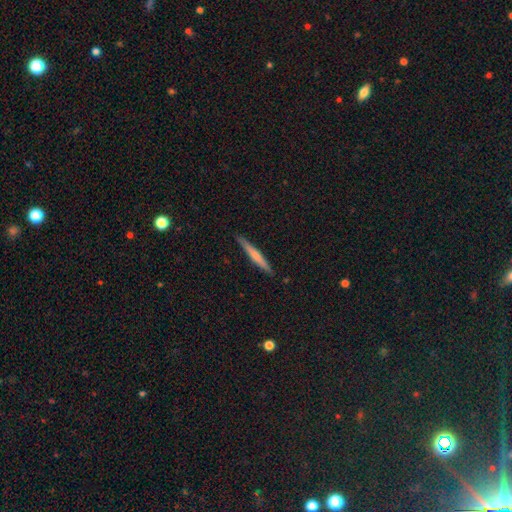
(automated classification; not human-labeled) Smooth or featured? smooth (51%)
How rounded? cigar-shaped (96%)
Merging? none (90%)